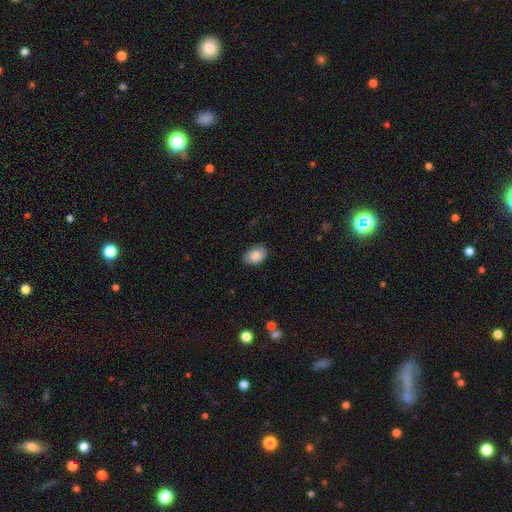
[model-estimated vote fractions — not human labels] The model was most divided on "merging": none: 79%, minor disturbance: 16%, major disturbance: 3%, merger: 1%. More confident: how rounded — in between (84%); smooth or featured — smooth (79%).